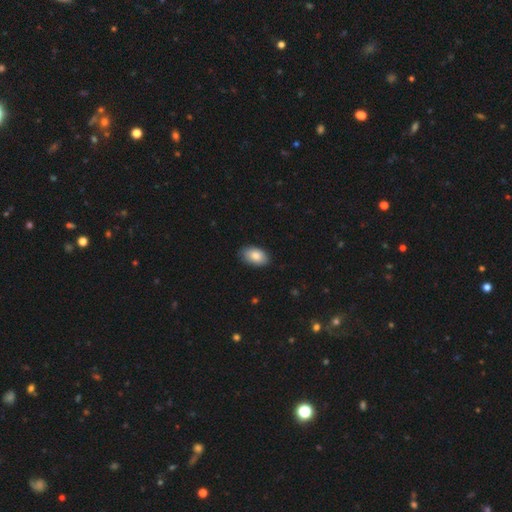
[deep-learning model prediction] smooth-or-featured: smooth: 86% | featured or disk: 8% | star or artifact: 7%
  how-rounded: in between: 93% | round: 5% | cigar-shaped: 1%
  merging: none: 86% | minor disturbance: 11% | major disturbance: 2% | merger: 1%